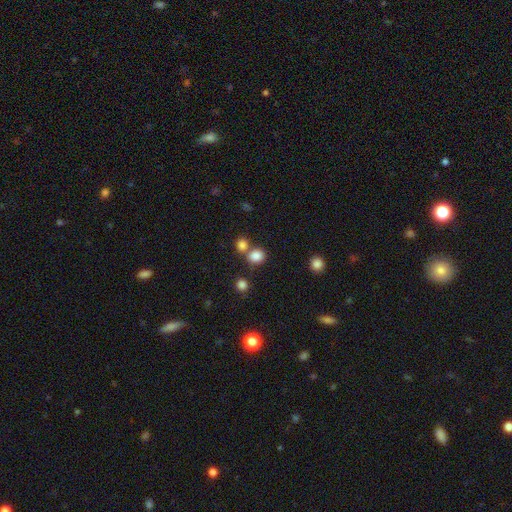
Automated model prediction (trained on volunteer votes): Smooth or featured? Predicted: smooth (p=0.83). How rounded? Predicted: round (p=0.68). Merging? Predicted: none (p=0.56).